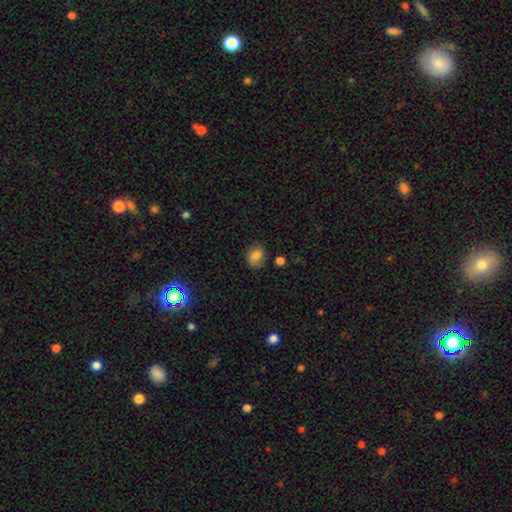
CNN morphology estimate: This is likely a smooth galaxy (79%). How rounded: possibly round (59%). Merging: likely none (75%).